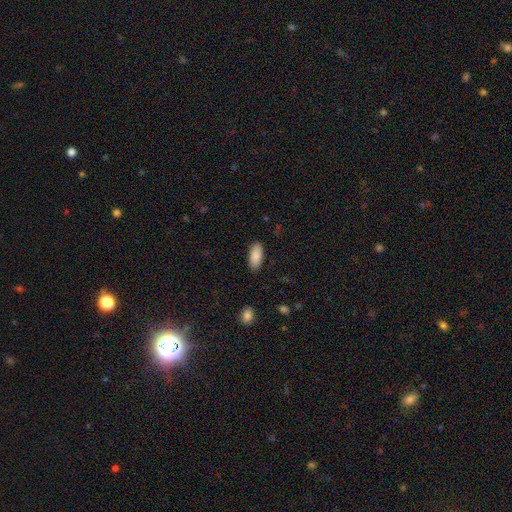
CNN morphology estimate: smooth_or_featured: smooth (p=0.89) [alt: star or artifact p=0.06]
how_rounded: in between (p=0.87) [alt: cigar-shaped p=0.11]
merging: none (p=0.87) [alt: minor disturbance p=0.10]